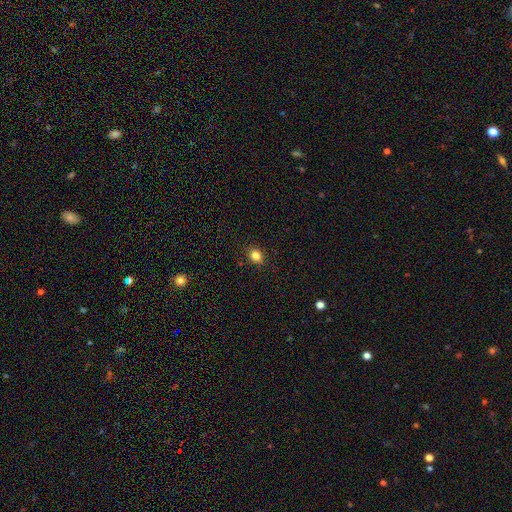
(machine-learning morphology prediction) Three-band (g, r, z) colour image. It shows a smooth galaxy with no disk features (84%) that is round (56%). Merging: none (89%).